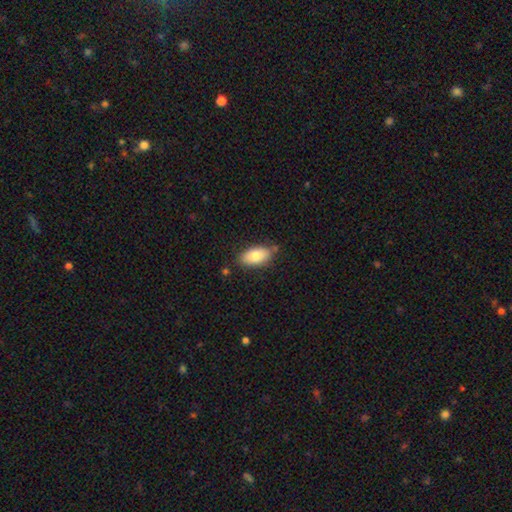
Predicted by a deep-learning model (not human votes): smooth 82%, featured or disk 12%, star or artifact 7%. Down the decision tree: how rounded — in between (92%); merging — none (77%).